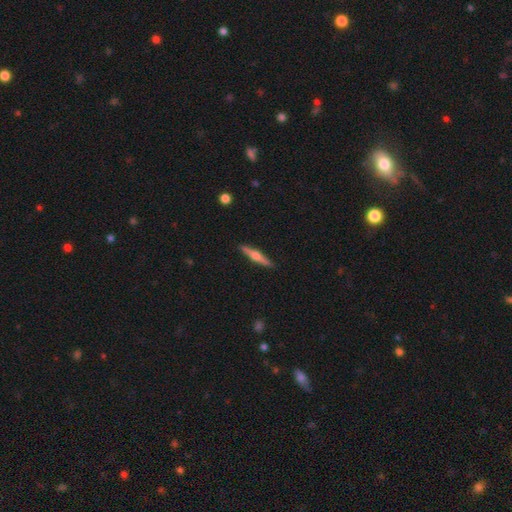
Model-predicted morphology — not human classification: Smooth or featured? featured or disk (58%)
Edge-on disk? yes (97%)
Edge-on bulge? rounded (89%)
Merging? none (91%)